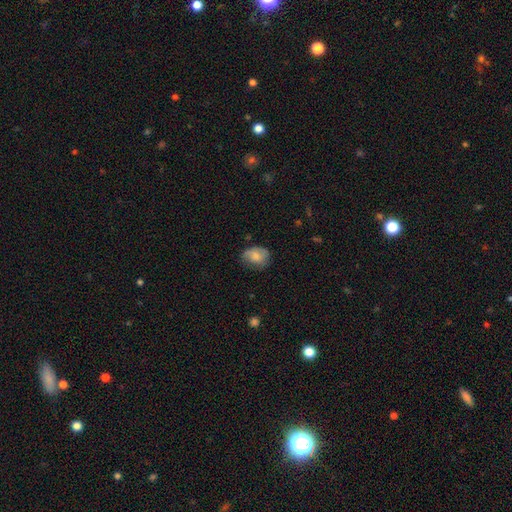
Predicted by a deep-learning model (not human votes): Smooth or featured? smooth (69%)
How rounded? in between (63%)
Merging? none (60%)